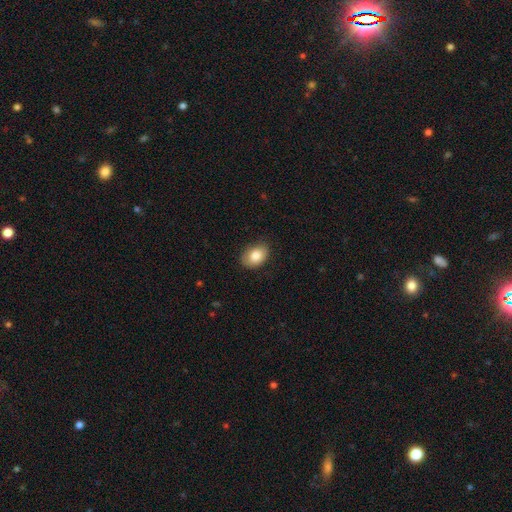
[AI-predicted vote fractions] Smooth or featured: smooth — 84% (featured or disk — 9%)
How rounded: in between — 79% (round — 20%)
Merging: none — 80% (minor disturbance — 16%)